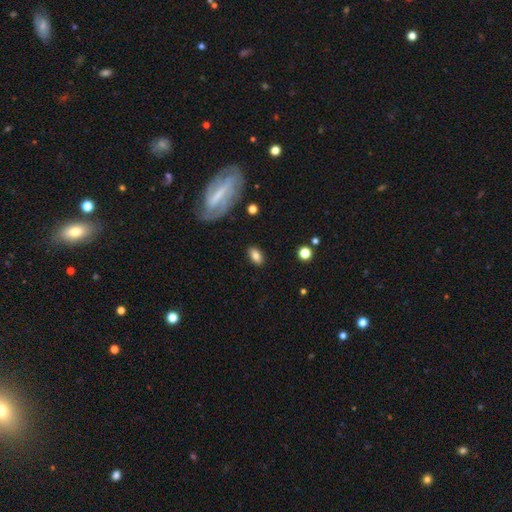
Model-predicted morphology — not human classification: The model was most divided on "smooth or featured": smooth: 76%, featured or disk: 16%, star or artifact: 8%. More confident: how rounded — in between (88%); merging — none (85%).